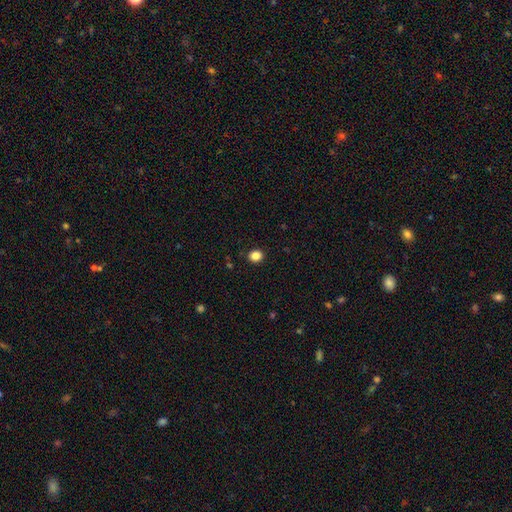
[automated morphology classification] Q: Smooth or featured?
A: smooth (86%); runner-up: star or artifact (11%)
Q: How rounded?
A: round (78%); runner-up: in between (21%)
Q: Merging?
A: none (91%); runner-up: minor disturbance (6%)